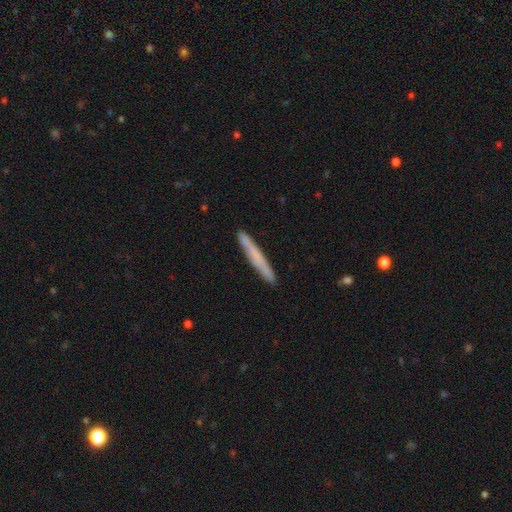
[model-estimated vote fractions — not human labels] smooth-or-featured: smooth: 63% | featured or disk: 31% | star or artifact: 6%
  how-rounded: cigar-shaped: 97% | in between: 2% | round: 1%
  merging: none: 89% | minor disturbance: 8% | major disturbance: 1% | merger: 1%